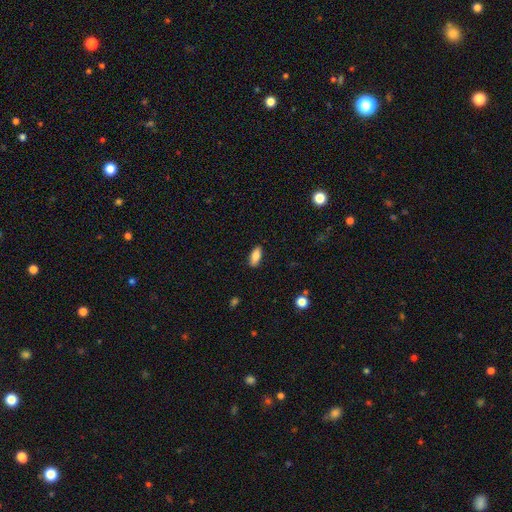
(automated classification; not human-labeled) This is clearly a smooth galaxy (84%). How rounded: clearly in between (83%). Merging: clearly none (88%).